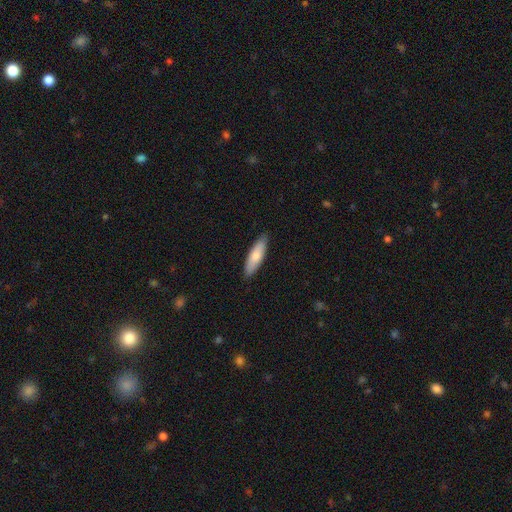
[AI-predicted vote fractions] Smooth or featured? smooth (75%)
How rounded? cigar-shaped (56%)
Merging? none (87%)